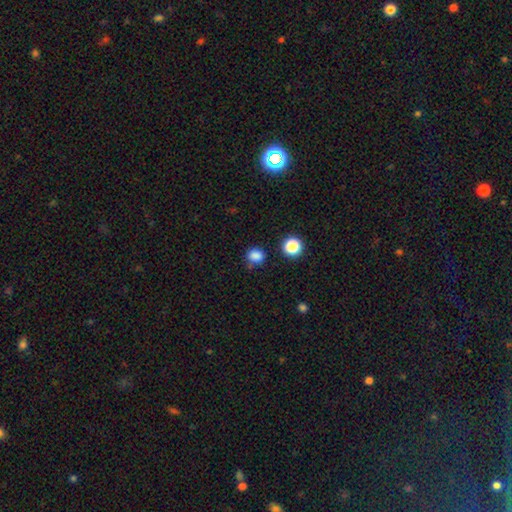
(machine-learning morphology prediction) A smooth galaxy with no disk features (83%) that is round (65%). Merging: none (72%).